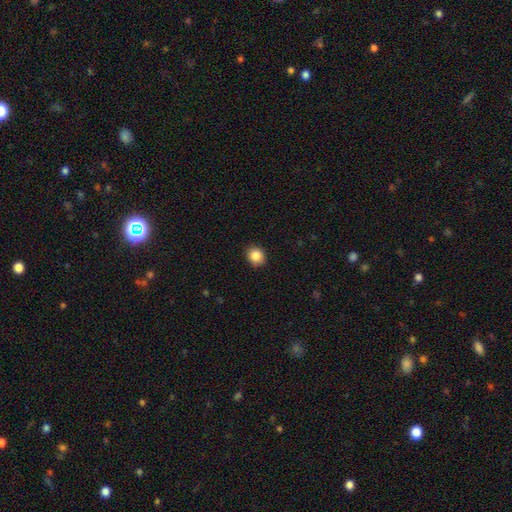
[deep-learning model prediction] smooth-or-featured: smooth: 86% | star or artifact: 10% | featured or disk: 4%
  how-rounded: round: 77% | in between: 22% | cigar-shaped: 1%
  merging: none: 90% | minor disturbance: 7% | major disturbance: 2% | merger: 1%